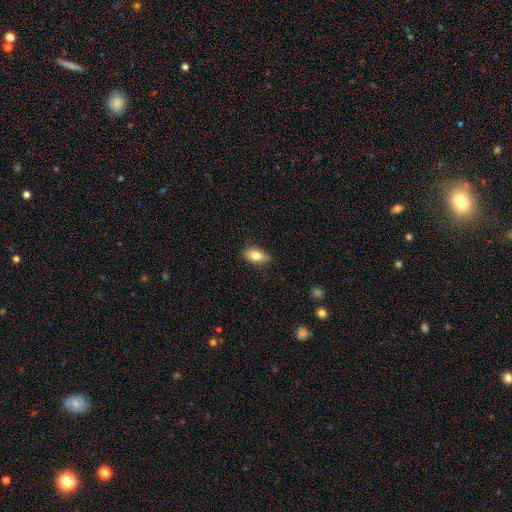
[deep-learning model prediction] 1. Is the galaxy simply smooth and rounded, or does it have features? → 77% smooth, 15% featured or disk, 8% star or artifact.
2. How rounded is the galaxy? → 87% in between, 7% round, 6% cigar-shaped.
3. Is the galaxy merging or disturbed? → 83% none, 14% minor disturbance, 2% major disturbance, 1% merger.